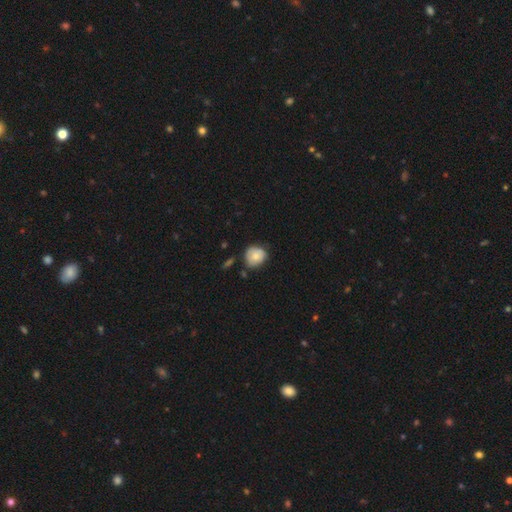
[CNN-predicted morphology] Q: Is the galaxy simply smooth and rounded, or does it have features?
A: smooth — 74%.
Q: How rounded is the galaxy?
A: round — 82%.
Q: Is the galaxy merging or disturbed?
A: none — 61%.